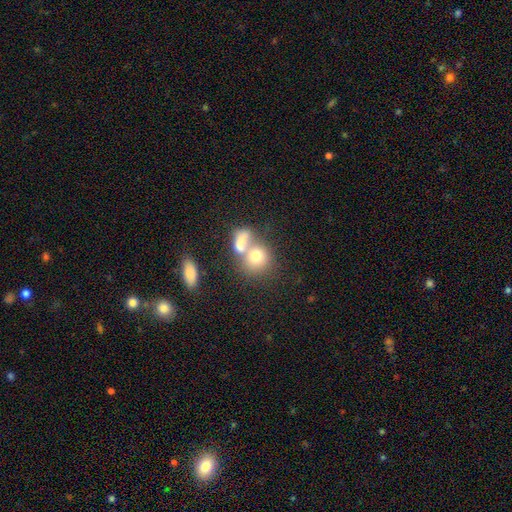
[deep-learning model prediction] Smooth or featured: smooth — 72% (featured or disk — 18%)
How rounded: round — 66% (in between — 33%)
Merging: merger — 55% (none — 31%)